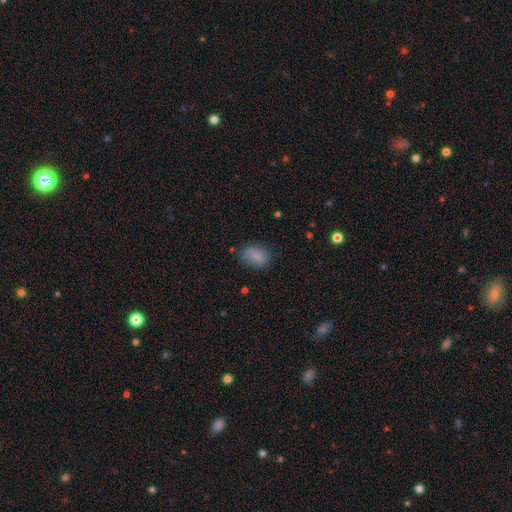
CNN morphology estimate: A smooth galaxy with no disk features (82%) that is in between round and cigar-shaped (70%).

Vote fractions:
- Smooth or featured? smooth: 82% / featured or disk: 9% / star or artifact: 9%
- How rounded? in between: 70% / round: 28% / cigar-shaped: 2%
- Merging? none: 75% / minor disturbance: 18% / major disturbance: 5% / merger: 2%